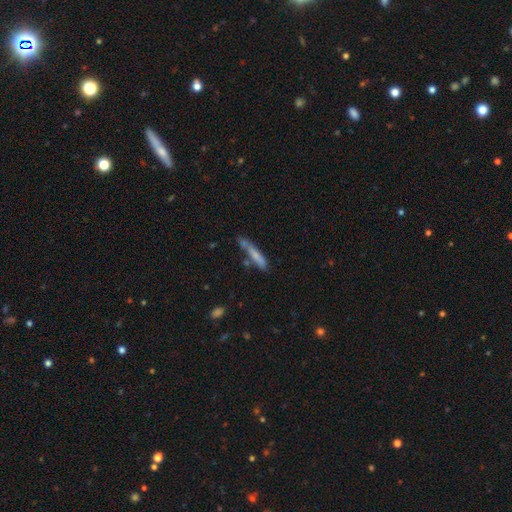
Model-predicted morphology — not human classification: Smooth or featured: smooth — 65% (featured or disk — 28%)
How rounded: cigar-shaped — 89% (in between — 9%)
Merging: none — 55% (minor disturbance — 23%)